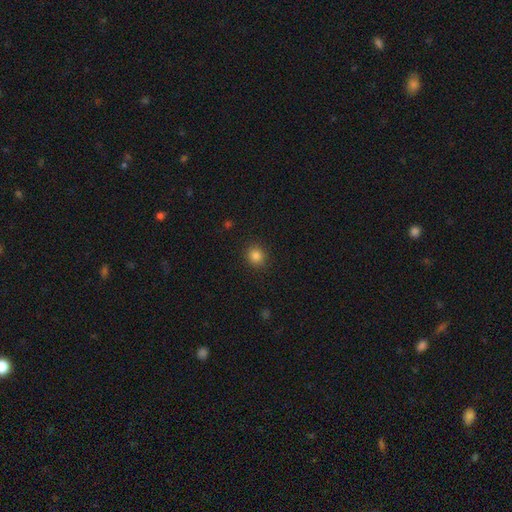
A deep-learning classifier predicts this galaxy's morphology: Q: Smooth or featured?
A: smooth (84%); runner-up: star or artifact (12%)
Q: How rounded?
A: round (87%); runner-up: in between (12%)
Q: Merging?
A: none (90%); runner-up: minor disturbance (6%)